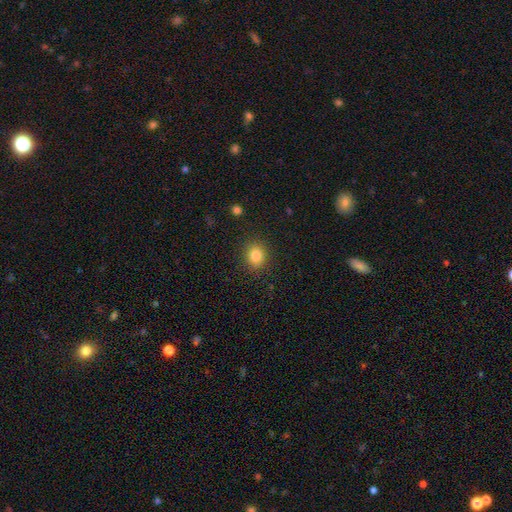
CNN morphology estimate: Smooth or featured? smooth (83%)
How rounded? round (71%)
Merging? none (88%)